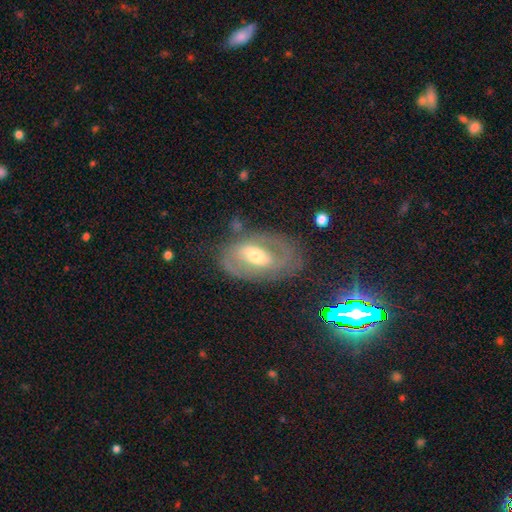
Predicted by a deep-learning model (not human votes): A featured or disk galaxy (73%) with a weak bar (42%), spiral arms (71%) and a moderate central bulge (69%). Merging: none (65%).